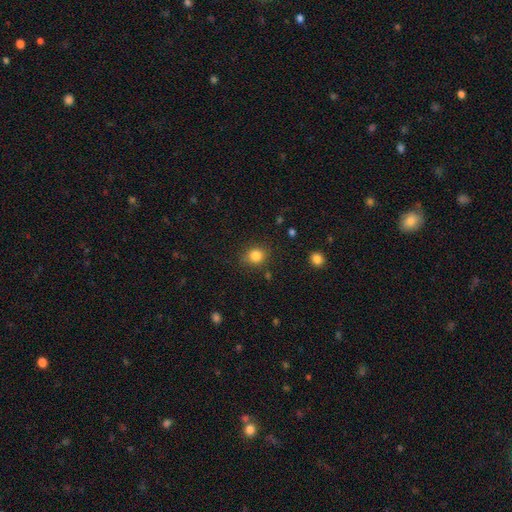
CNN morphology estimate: smooth-or-featured: smooth: 83% | star or artifact: 11% | featured or disk: 5%
  how-rounded: round: 78% | in between: 21% | cigar-shaped: 1%
  merging: none: 82% | minor disturbance: 12% | major disturbance: 4% | merger: 2%